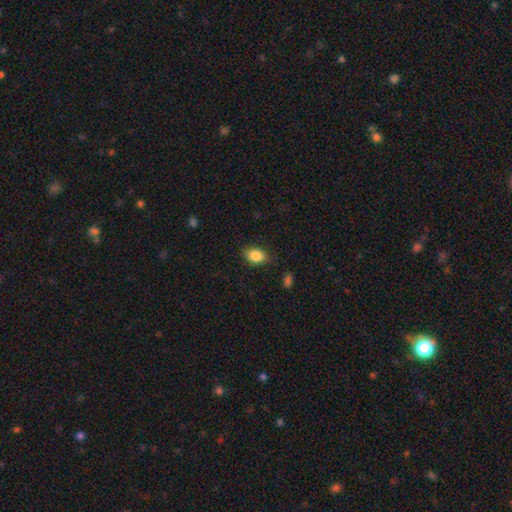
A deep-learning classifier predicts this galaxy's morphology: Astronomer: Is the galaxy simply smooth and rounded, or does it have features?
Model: smooth — 86%.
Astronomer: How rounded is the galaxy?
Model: in between — 81%.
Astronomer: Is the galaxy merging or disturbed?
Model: none — 82%.